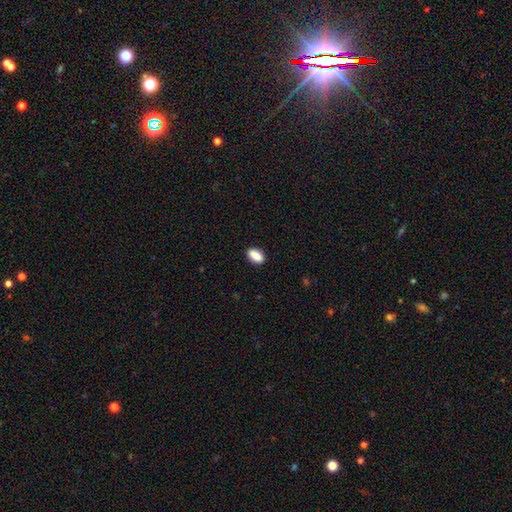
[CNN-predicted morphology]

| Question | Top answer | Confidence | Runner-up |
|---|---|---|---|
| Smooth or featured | smooth | 87% | star or artifact (8%) |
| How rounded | in between | 88% | round (7%) |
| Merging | none | 87% | minor disturbance (10%) |